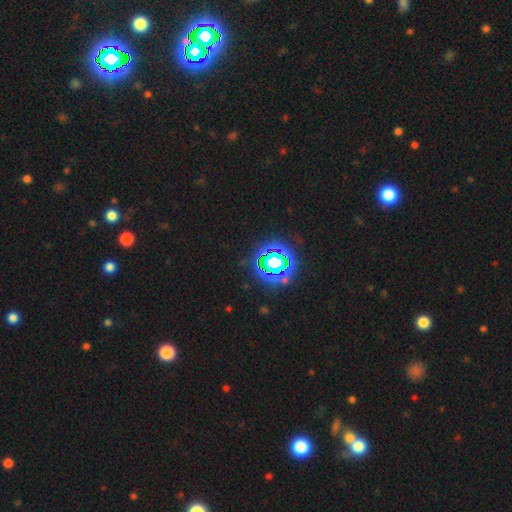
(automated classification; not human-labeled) Smooth or featured? Predicted: star or artifact (p=0.82).